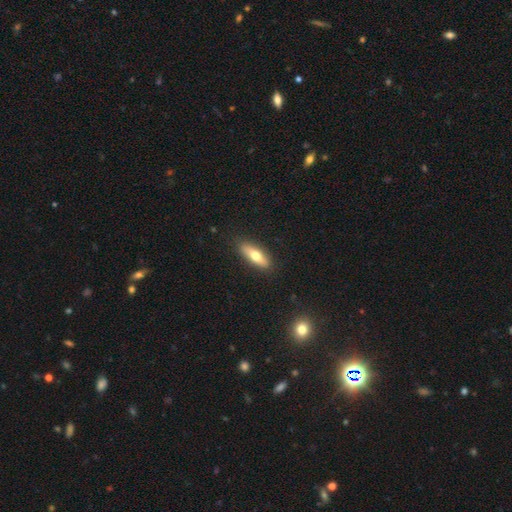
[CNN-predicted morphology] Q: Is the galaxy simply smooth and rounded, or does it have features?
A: smooth — 63%.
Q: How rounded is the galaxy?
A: in between — 52%.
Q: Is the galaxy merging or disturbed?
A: none — 87%.